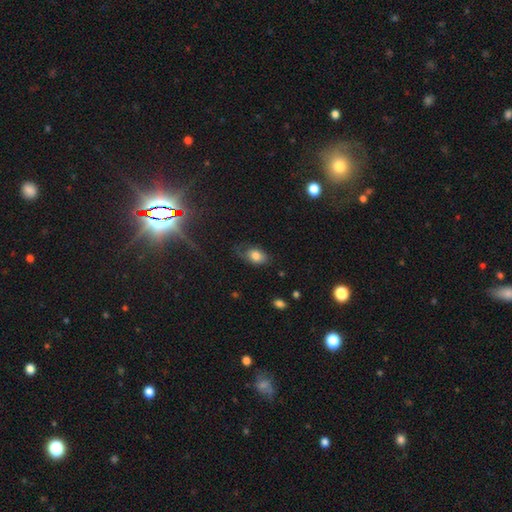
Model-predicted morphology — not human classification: Smooth or featured? smooth (75%)
How rounded? in between (85%)
Merging? none (53%)